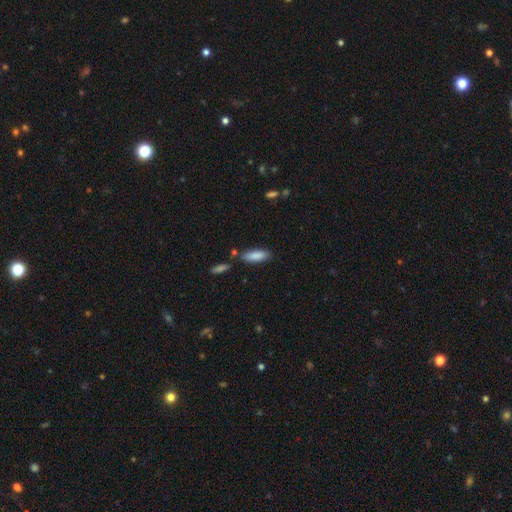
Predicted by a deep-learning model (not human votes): Smooth or featured? smooth (86%)
How rounded? in between (56%)
Merging? none (75%)